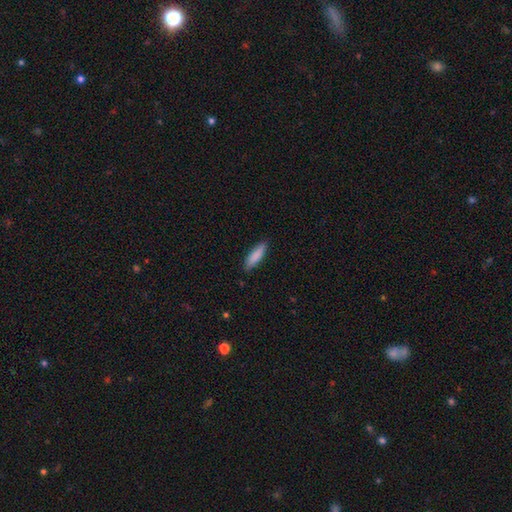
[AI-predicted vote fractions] Q: Smooth or featured?
A: smooth (87%); runner-up: featured or disk (8%)
Q: How rounded?
A: cigar-shaped (60%); runner-up: in between (38%)
Q: Merging?
A: none (87%); runner-up: minor disturbance (10%)